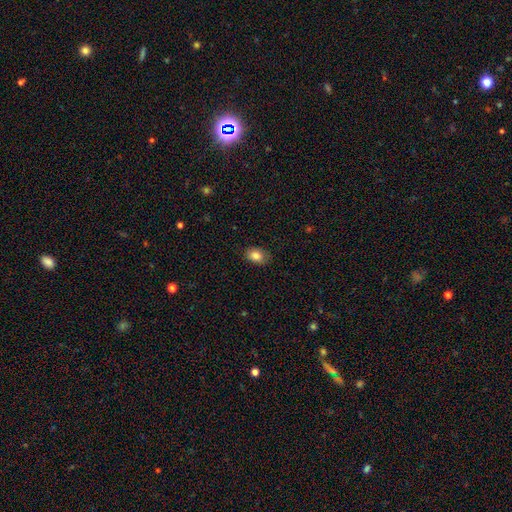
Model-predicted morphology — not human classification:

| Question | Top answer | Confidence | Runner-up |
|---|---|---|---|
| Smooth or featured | smooth | 85% | star or artifact (8%) |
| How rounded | in between | 79% | round (20%) |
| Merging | none | 83% | minor disturbance (14%) |